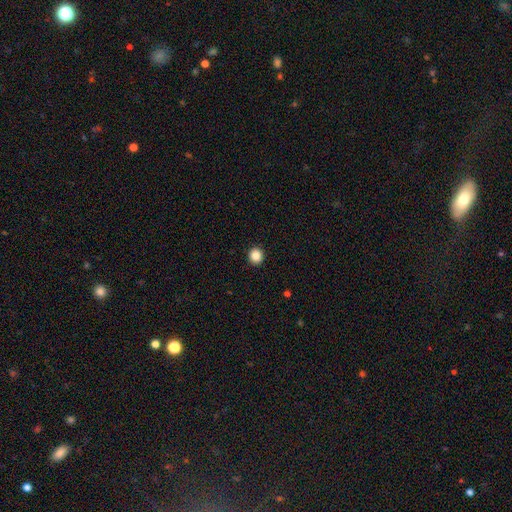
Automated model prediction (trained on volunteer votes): Overall: smooth (87%). How rounded: round (90%). Merging: none (93%).